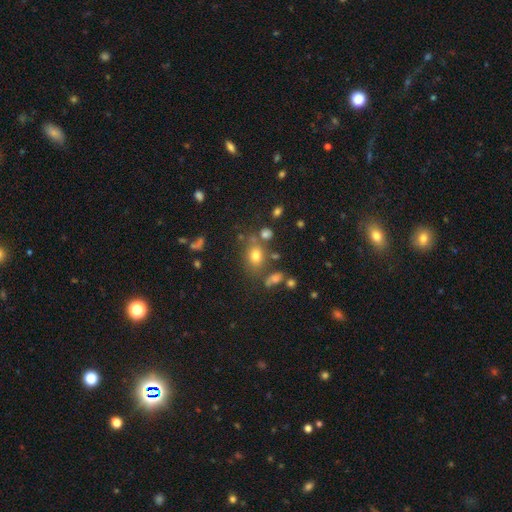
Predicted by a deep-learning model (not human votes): smooth-or-featured: smooth: 71% | star or artifact: 17% | featured or disk: 12%
  how-rounded: in between: 54% | round: 45% | cigar-shaped: 2%
  merging: none: 66% | minor disturbance: 15% | merger: 13% | major disturbance: 7%